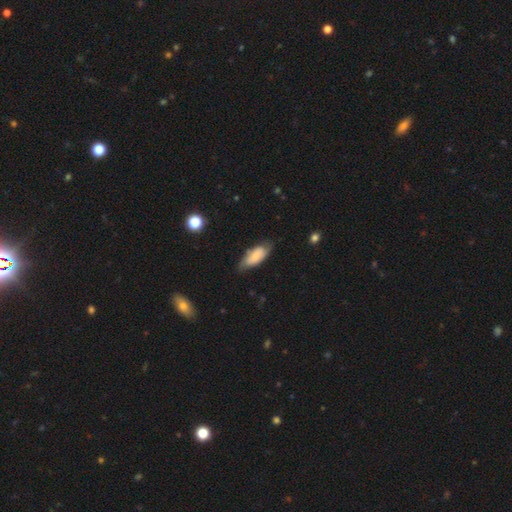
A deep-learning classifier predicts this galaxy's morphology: Overall: smooth (67%). How rounded: in between (82%). Merging: none (65%; minor disturbance 28%).